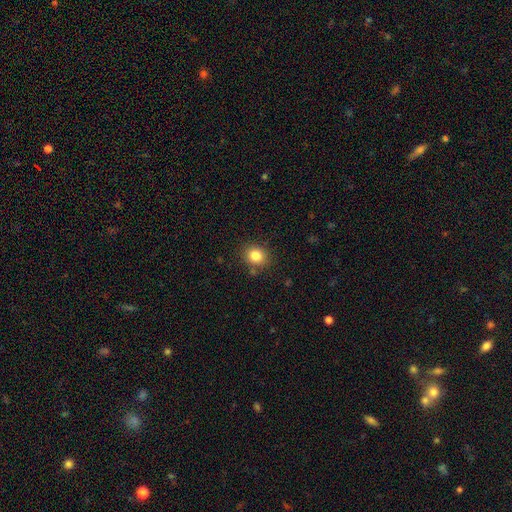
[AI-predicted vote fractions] Smooth or featured? Predicted: smooth (p=0.83). How rounded? Predicted: round (p=0.72). Merging? Predicted: none (p=0.83).